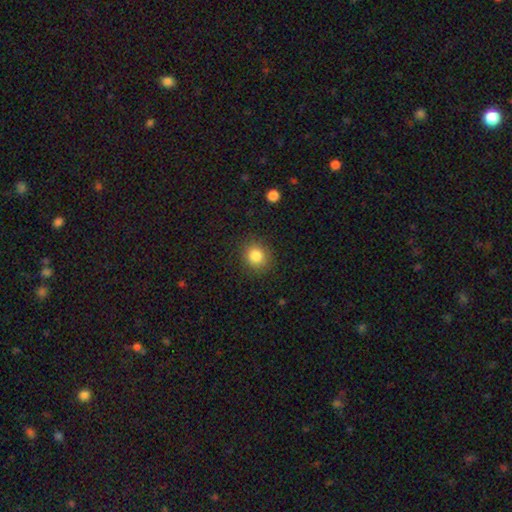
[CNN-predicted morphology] The model was most divided on "how rounded": round: 81%, in between: 18%, cigar-shaped: 1%. More confident: merging — none (87%); smooth or featured — smooth (84%).